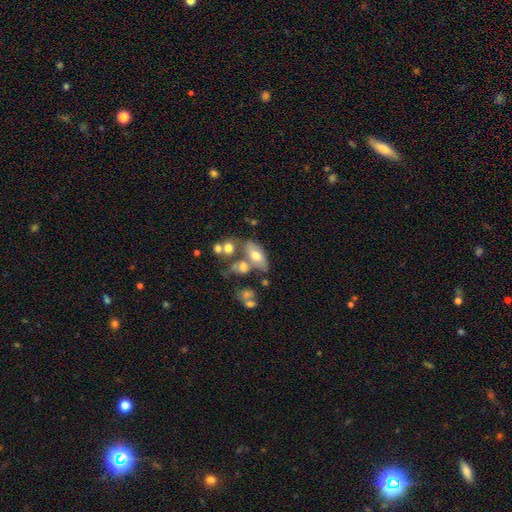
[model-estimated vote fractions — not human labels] Morphology: type=smooth (61%); roundness=in between (85%); merging=none (42%).